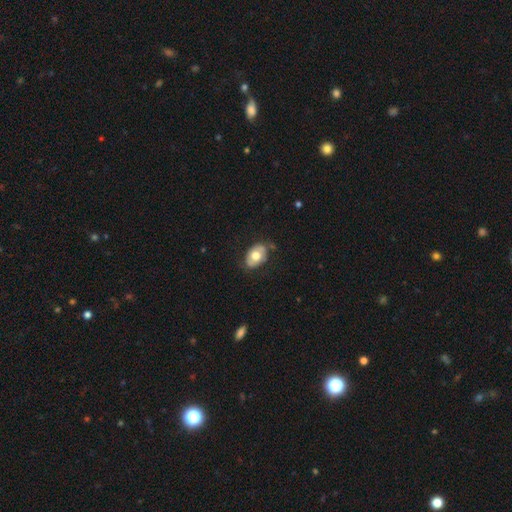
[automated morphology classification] A smooth galaxy with no disk features (63%) that is in between round and cigar-shaped (83%).

Vote fractions:
- Smooth or featured? smooth: 63% / featured or disk: 31% / star or artifact: 7%
- How rounded? in between: 83% / round: 16% / cigar-shaped: 1%
- Merging? none: 70% / minor disturbance: 22% / major disturbance: 6% / merger: 2%